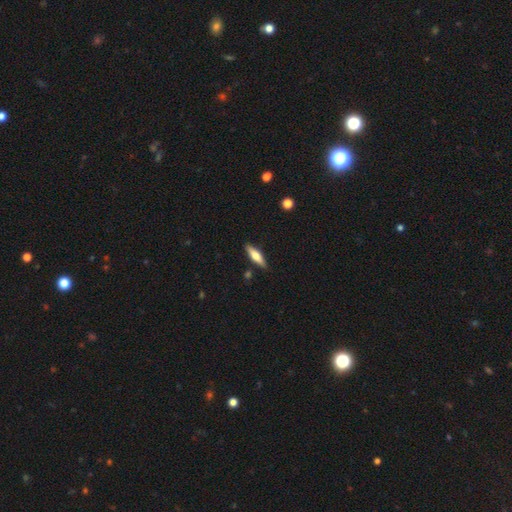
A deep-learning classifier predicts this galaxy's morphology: A smooth galaxy with no disk features (53%) that is cigar-shaped (65%). Merging: none (87%).